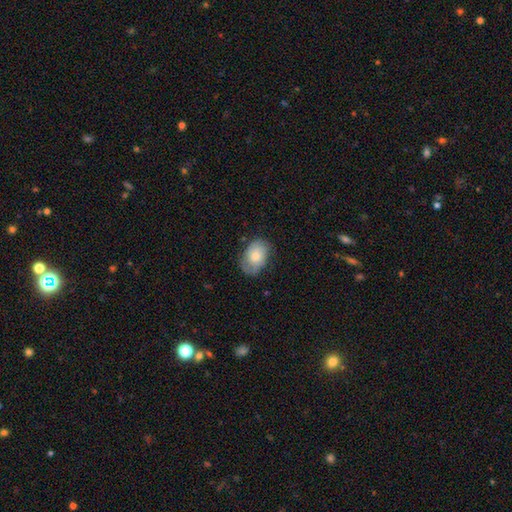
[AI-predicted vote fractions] Overall: smooth (66%; featured or disk 27%). How rounded: in between (82%). Merging: none (71%).